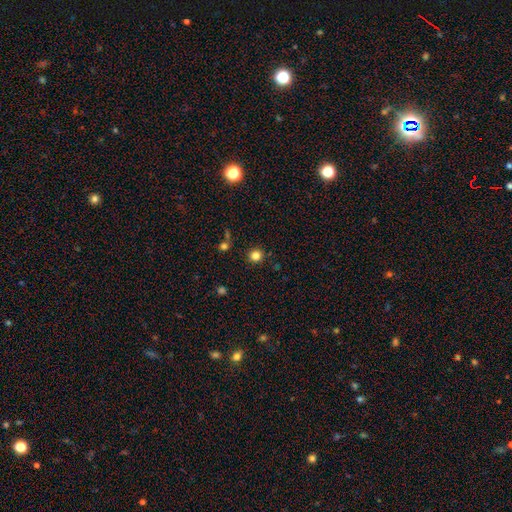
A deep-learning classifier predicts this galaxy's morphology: Smooth or featured?
  - smooth: 82% *
  - star or artifact: 14%
  - featured or disk: 4%
How rounded?
  - round: 93% *
  - in between: 6%
  - cigar-shaped: 1%
Merging?
  - none: 89% *
  - minor disturbance: 6%
  - merger: 3%
  - major disturbance: 2%